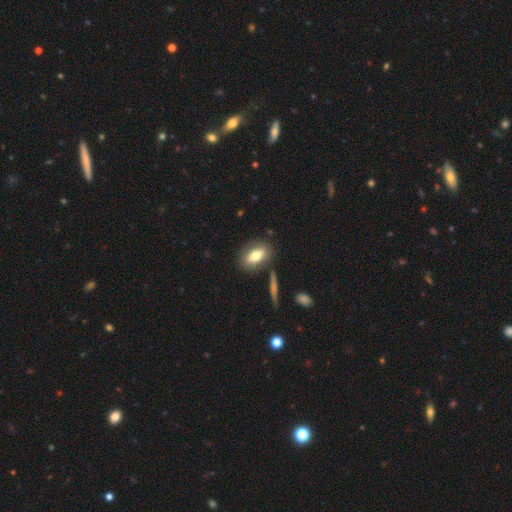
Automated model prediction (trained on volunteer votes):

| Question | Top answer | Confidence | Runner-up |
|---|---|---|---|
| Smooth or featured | smooth | 74% | featured or disk (18%) |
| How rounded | in between | 84% | round (11%) |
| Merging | none | 78% | minor disturbance (12%) |